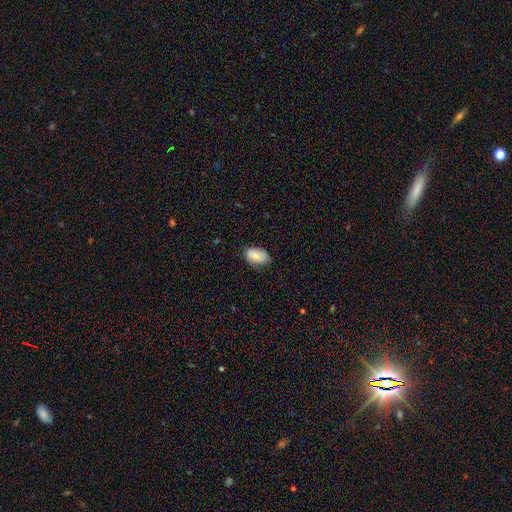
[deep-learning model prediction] smooth 75%, featured or disk 18%, star or artifact 7%. Down the decision tree: how rounded — in between (89%); merging — none (72%).